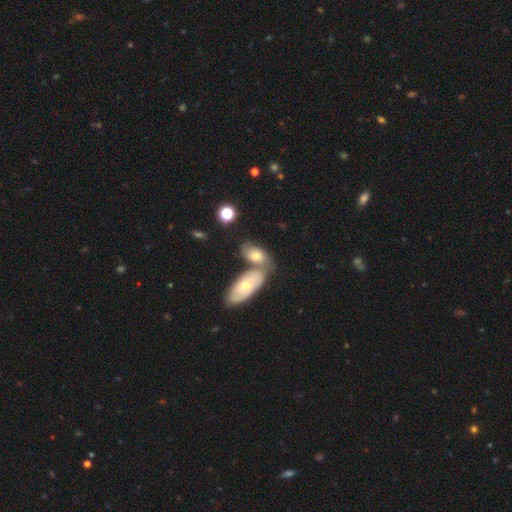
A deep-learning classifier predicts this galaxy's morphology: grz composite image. It shows a smooth galaxy with no disk features (58%) that is in between round and cigar-shaped (88%). Merging: merger (45%).